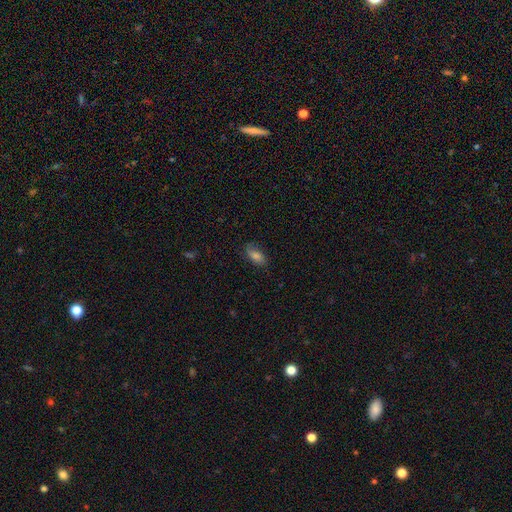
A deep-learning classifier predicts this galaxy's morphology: The model was most divided on "smooth or featured": smooth: 66%, featured or disk: 21%, star or artifact: 13%. More confident: how rounded — in between (84%); merging — none (75%).